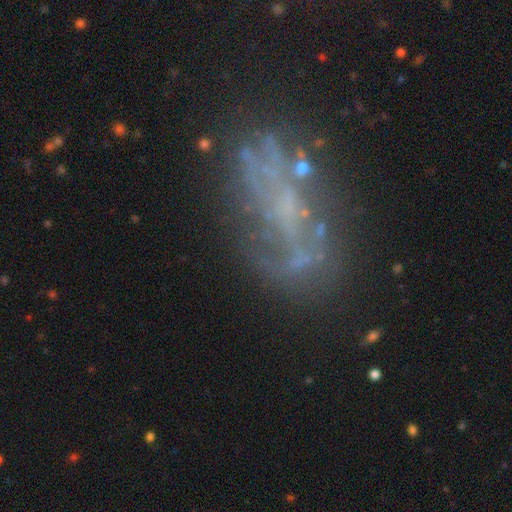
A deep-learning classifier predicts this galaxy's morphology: A featured or disk galaxy (62%) with no bar (78%), no spiral arms (71%) and no central bulge (77%). Merging: none (52%).